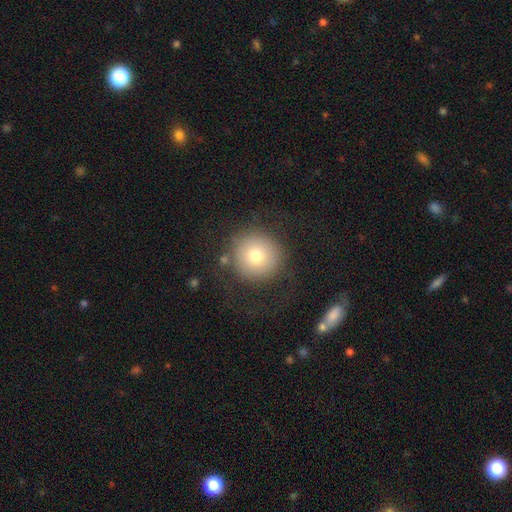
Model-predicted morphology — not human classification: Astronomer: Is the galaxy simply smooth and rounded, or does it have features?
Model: smooth — 73%.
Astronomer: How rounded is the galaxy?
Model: round — 95%.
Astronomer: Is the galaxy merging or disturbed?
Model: none — 79%.